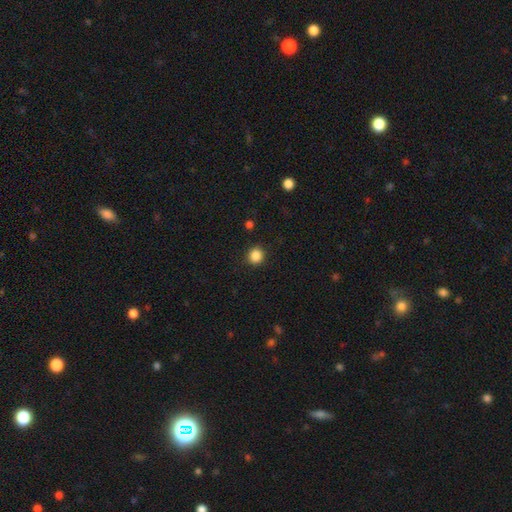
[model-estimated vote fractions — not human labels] Q: Smooth or featured?
A: smooth (86%); runner-up: star or artifact (11%)
Q: How rounded?
A: round (89%); runner-up: in between (10%)
Q: Merging?
A: none (89%); runner-up: minor disturbance (7%)